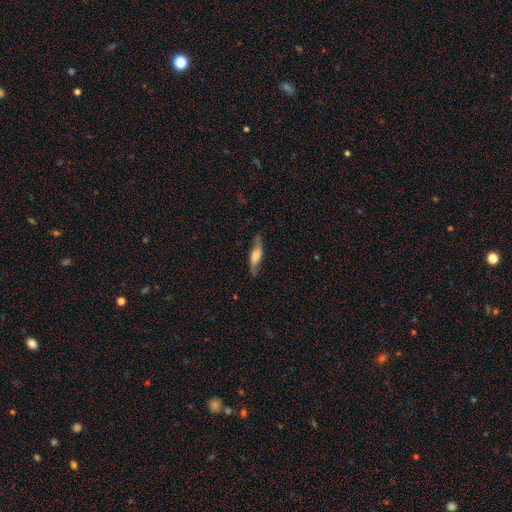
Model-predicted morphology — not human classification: smooth_or_featured: featured or disk (p=0.53) [alt: smooth p=0.40]
disk_edge_on: yes (p=0.57) [alt: no p=0.43]
merging: none (p=0.75) [alt: minor disturbance p=0.18]